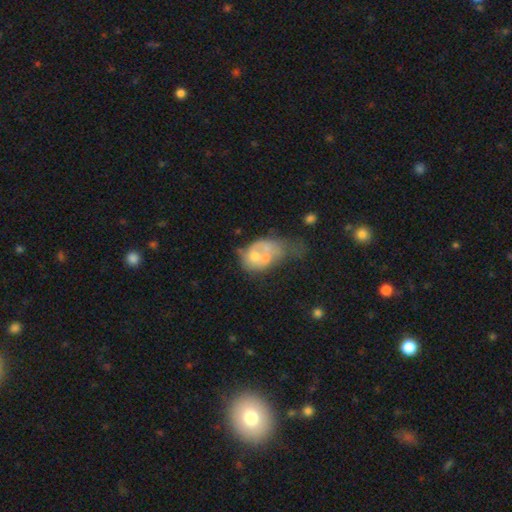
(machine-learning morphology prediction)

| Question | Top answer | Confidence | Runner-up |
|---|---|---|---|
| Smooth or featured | featured or disk | 46% | smooth (44%) |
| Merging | merger | 36% | major disturbance (34%) |